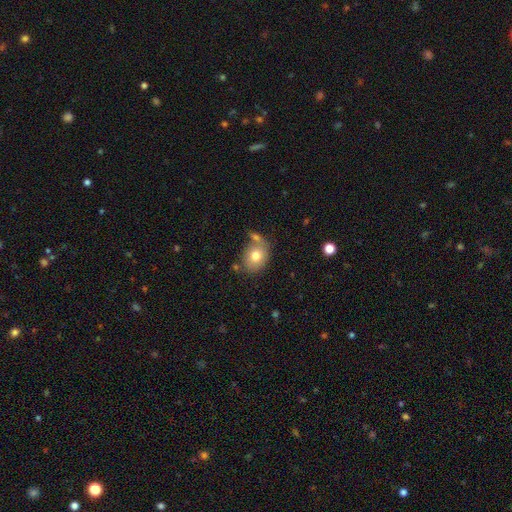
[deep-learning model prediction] Smooth or featured?
  - smooth: 75% *
  - featured or disk: 17%
  - star or artifact: 9%
How rounded?
  - round: 53% *
  - in between: 46%
  - cigar-shaped: 1%
Merging?
  - none: 55% *
  - merger: 21%
  - minor disturbance: 17%
  - major disturbance: 7%